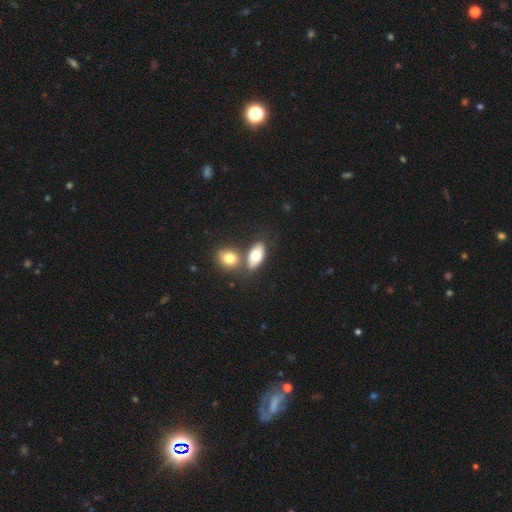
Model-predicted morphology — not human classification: A smooth galaxy with no disk features (75%) that is in between round and cigar-shaped (89%).

Vote fractions:
- Smooth or featured? smooth: 75% / featured or disk: 18% / star or artifact: 7%
- How rounded? in between: 89% / round: 7% / cigar-shaped: 4%
- Merging? none: 54% / merger: 33% / minor disturbance: 10% / major disturbance: 3%